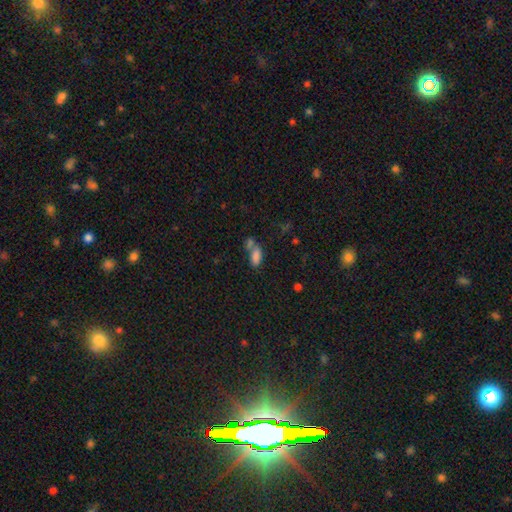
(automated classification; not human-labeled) Morphology: type=smooth (79%); roundness=in between (88%); merging=merger (48%).